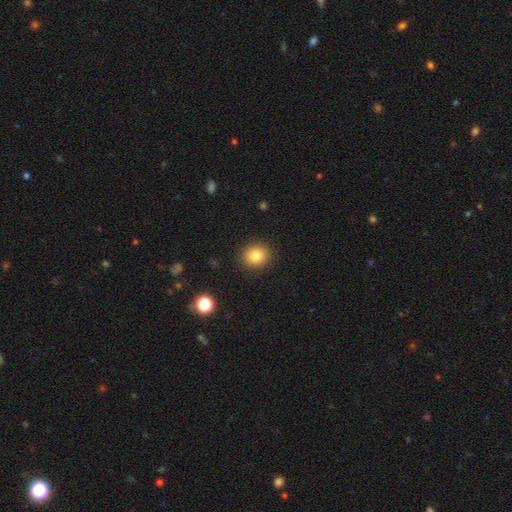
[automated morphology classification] smooth_or_featured: smooth (p=0.83) [alt: star or artifact p=0.10]
how_rounded: round (p=0.80) [alt: in between p=0.19]
merging: none (p=0.90) [alt: minor disturbance p=0.07]